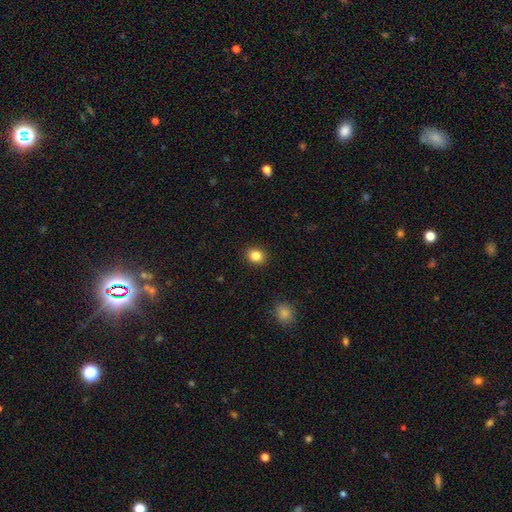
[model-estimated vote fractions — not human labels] Smooth or featured: smooth — 84% (star or artifact — 11%)
How rounded: round — 64% (in between — 35%)
Merging: none — 91% (minor disturbance — 6%)